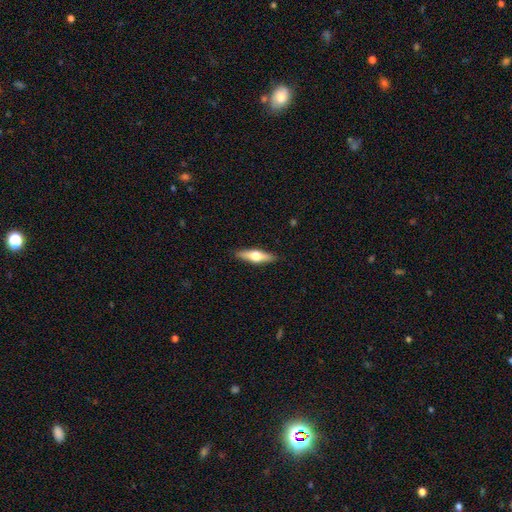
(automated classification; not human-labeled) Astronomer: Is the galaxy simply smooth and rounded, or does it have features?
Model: featured or disk — 49% (runner-up: smooth, 45%).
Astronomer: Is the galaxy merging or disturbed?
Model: none — 90%.